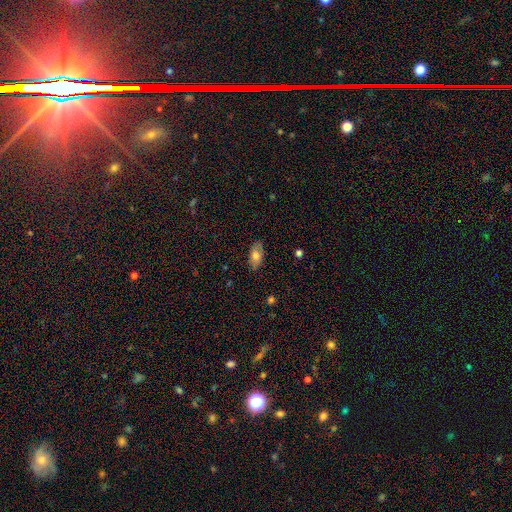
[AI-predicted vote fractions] Morphology: type=smooth (70%); roundness=in between (91%); merging=none (81%).